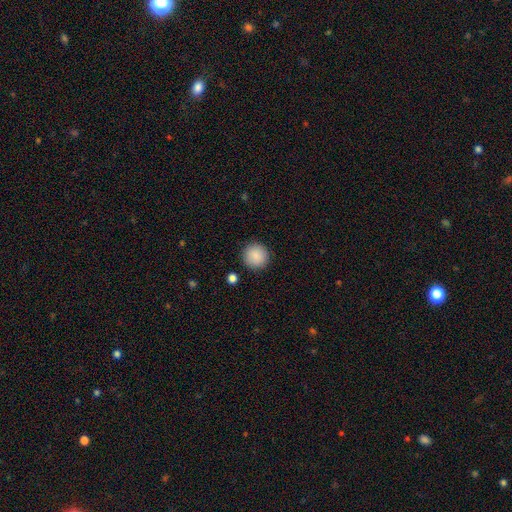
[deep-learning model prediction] A smooth galaxy with no disk features (88%) that is round (95%).

Vote fractions:
- Smooth or featured? smooth: 88% / star or artifact: 8% / featured or disk: 4%
- How rounded? round: 95% / in between: 4% / cigar-shaped: 1%
- Merging? none: 91% / minor disturbance: 5% / major disturbance: 2% / merger: 1%